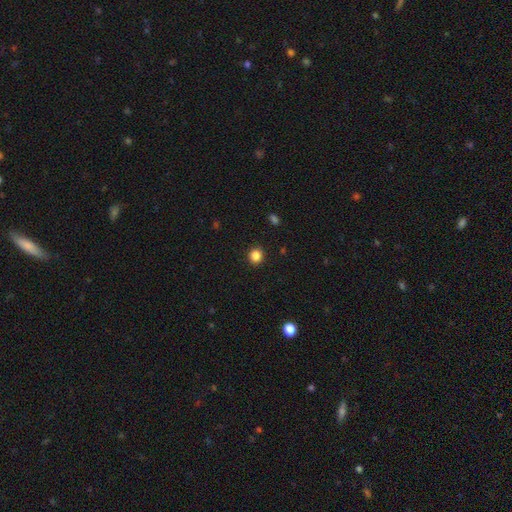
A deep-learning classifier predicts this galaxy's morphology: Q: Smooth or featured?
A: smooth (86%); runner-up: star or artifact (11%)
Q: How rounded?
A: round (83%); runner-up: in between (16%)
Q: Merging?
A: none (91%); runner-up: minor disturbance (6%)